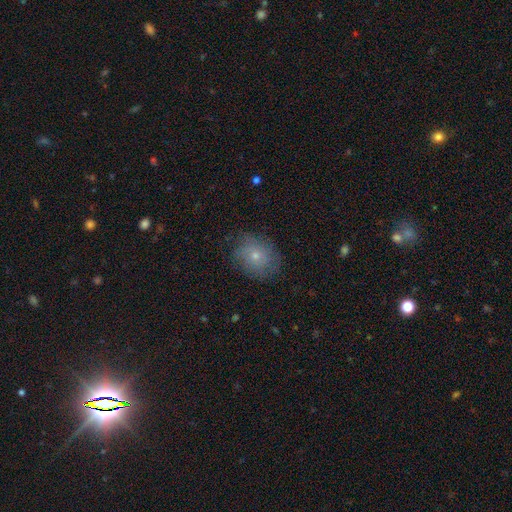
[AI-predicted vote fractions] Smooth or featured?
  - smooth: 64% *
  - featured or disk: 26%
  - star or artifact: 10%
How rounded?
  - round: 59% *
  - in between: 40%
  - cigar-shaped: 1%
Merging?
  - none: 75% *
  - minor disturbance: 18%
  - major disturbance: 6%
  - merger: 1%